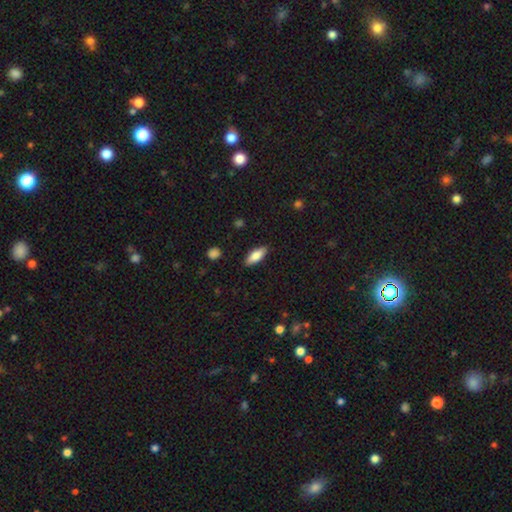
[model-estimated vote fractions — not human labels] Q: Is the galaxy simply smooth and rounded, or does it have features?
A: smooth — 75%.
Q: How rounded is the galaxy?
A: in between — 70%.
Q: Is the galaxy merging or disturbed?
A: none — 87%.